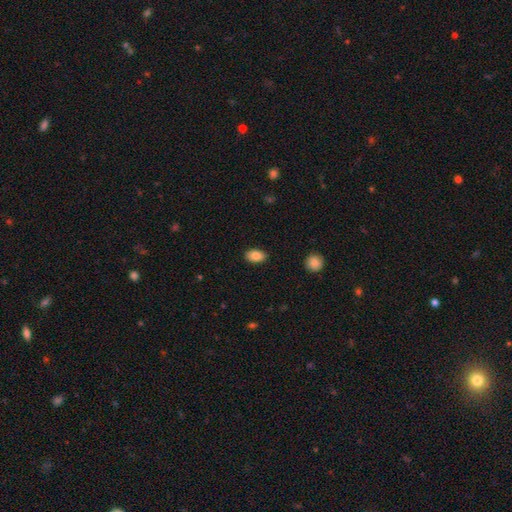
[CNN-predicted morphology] smooth-or-featured: smooth: 85% | star or artifact: 8% | featured or disk: 7%
  how-rounded: in between: 89% | round: 10% | cigar-shaped: 1%
  merging: none: 89% | minor disturbance: 8% | major disturbance: 2% | merger: 1%